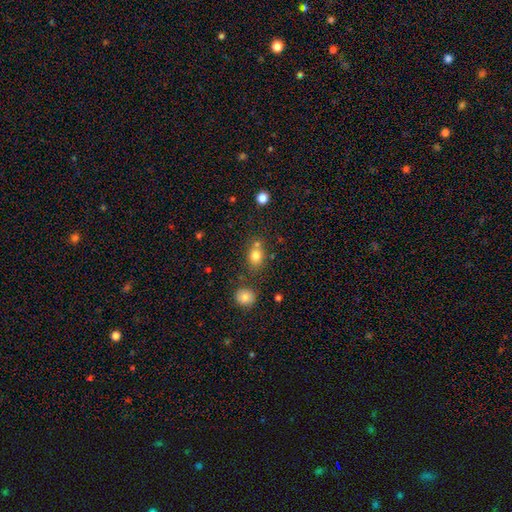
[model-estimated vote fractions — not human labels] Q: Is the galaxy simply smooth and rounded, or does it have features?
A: smooth — 79%.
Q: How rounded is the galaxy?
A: round — 52%.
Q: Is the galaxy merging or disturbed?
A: none — 62%.